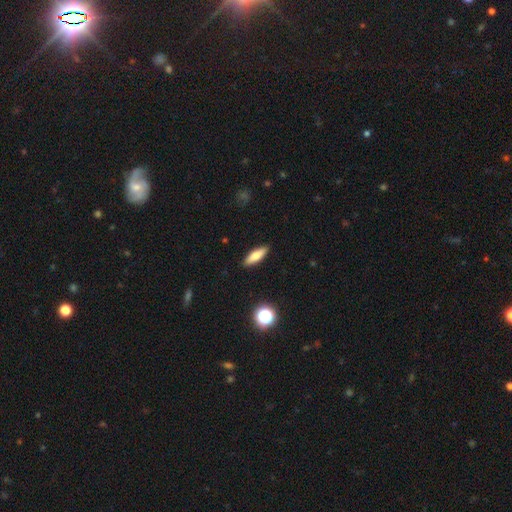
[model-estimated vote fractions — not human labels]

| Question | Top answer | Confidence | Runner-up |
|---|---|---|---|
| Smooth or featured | smooth | 70% | featured or disk (23%) |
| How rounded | cigar-shaped | 52% | in between (45%) |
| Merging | none | 90% | minor disturbance (7%) |